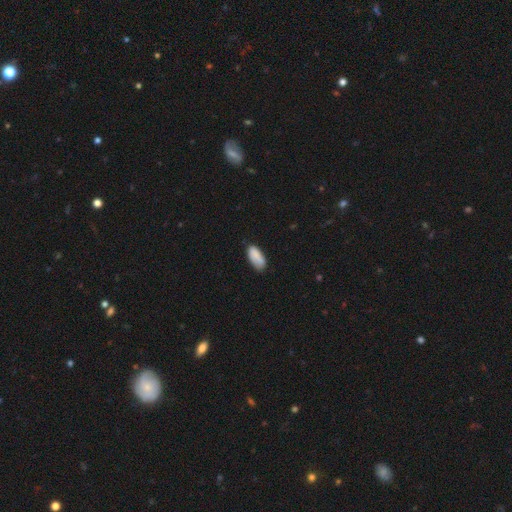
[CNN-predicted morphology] This is clearly a smooth galaxy (83%). How rounded: clearly in between (88%). Merging: likely none (68%).